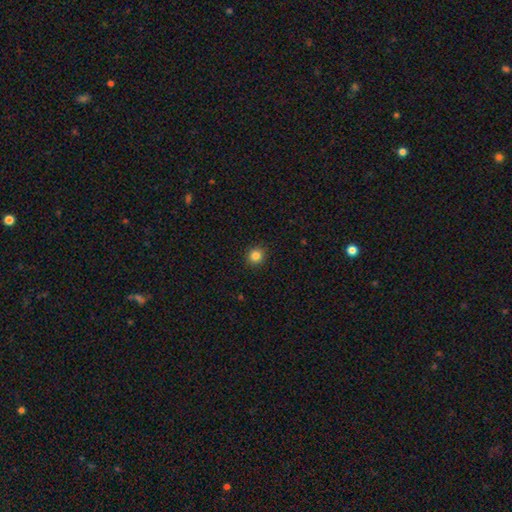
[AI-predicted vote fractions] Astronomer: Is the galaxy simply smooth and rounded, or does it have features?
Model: smooth — 84%.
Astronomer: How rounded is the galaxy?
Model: round — 89%.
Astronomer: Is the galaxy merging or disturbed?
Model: none — 92%.